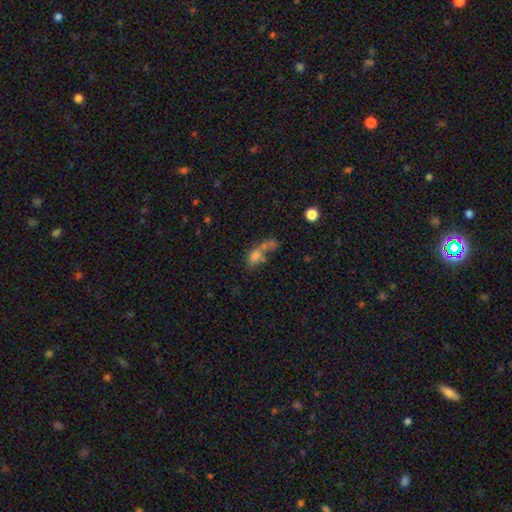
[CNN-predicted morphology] Smooth or featured? smooth (66%)
How rounded? in between (70%)
Merging? merger (53%)